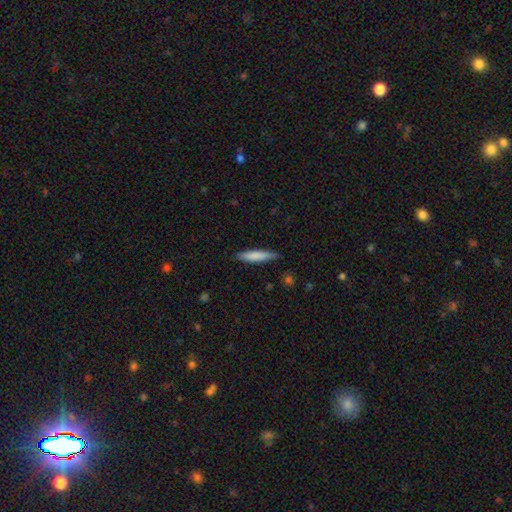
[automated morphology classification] smooth-or-featured: smooth: 77% | featured or disk: 17% | star or artifact: 6%
  how-rounded: cigar-shaped: 88% | in between: 11% | round: 1%
  merging: none: 86% | minor disturbance: 11% | major disturbance: 2% | merger: 1%